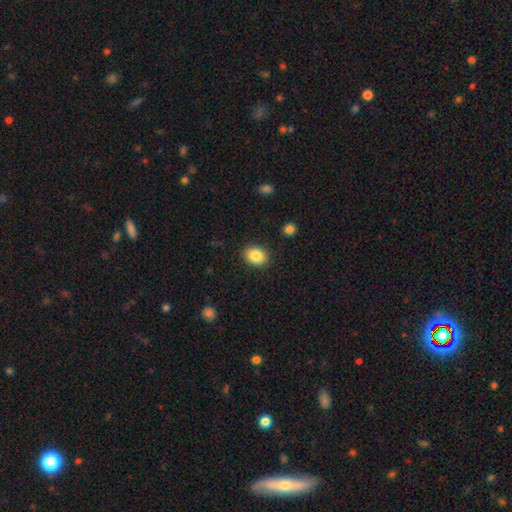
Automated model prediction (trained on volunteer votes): smooth-or-featured: smooth: 86% | star or artifact: 8% | featured or disk: 6%
  how-rounded: in between: 58% | round: 41% | cigar-shaped: 1%
  merging: none: 88% | minor disturbance: 8% | major disturbance: 2% | merger: 1%